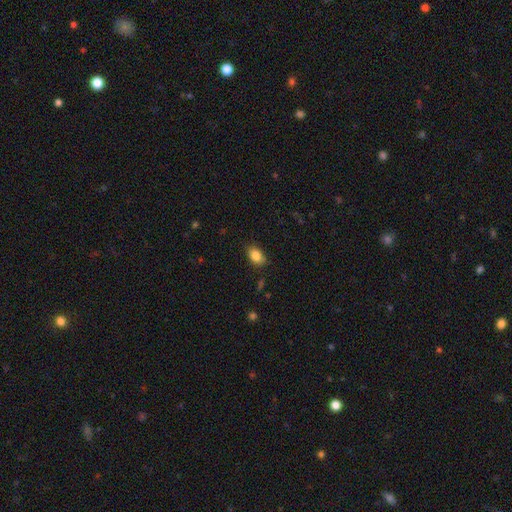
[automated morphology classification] This appears to be a smooth galaxy with no disk features (85%) that is in between round and cigar-shaped (83%). Merging: none (82%).